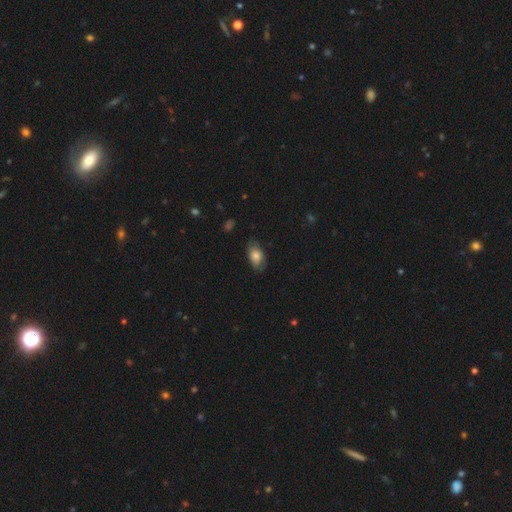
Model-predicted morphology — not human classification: This appears to be a smooth galaxy with no disk features (72%) that is in between round and cigar-shaped (90%). Merging: none (74%).